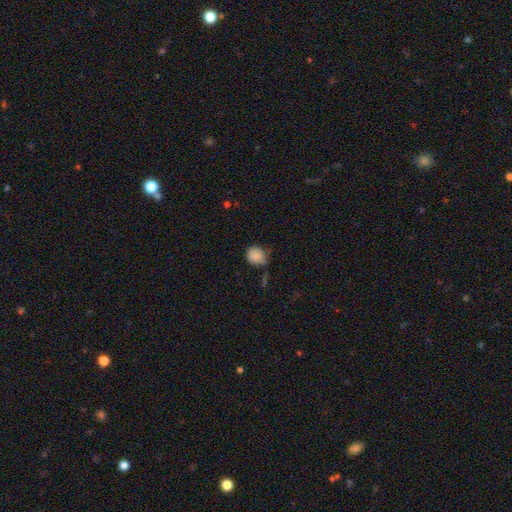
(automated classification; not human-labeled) smooth 86%, star or artifact 9%, featured or disk 5%. Down the decision tree: how rounded — round (78%); merging — none (60%).